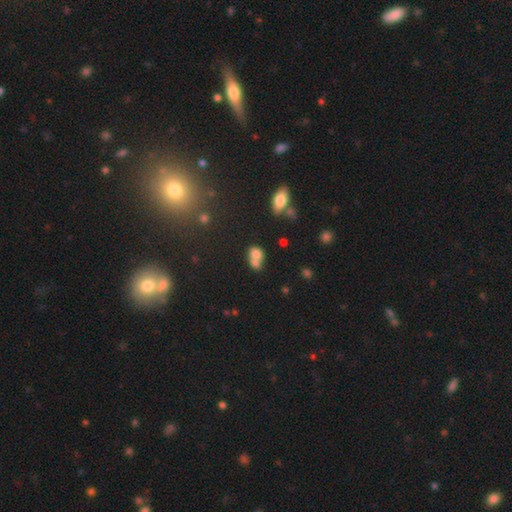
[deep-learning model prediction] This is likely a smooth galaxy (73%). How rounded: possibly round (52%). Merging: likely merger (63%).